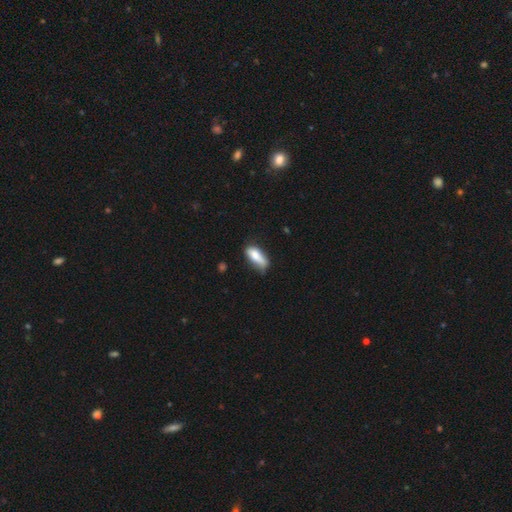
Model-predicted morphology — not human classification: Q: Smooth or featured?
A: smooth (78%); runner-up: featured or disk (15%)
Q: How rounded?
A: in between (74%); runner-up: cigar-shaped (23%)
Q: Merging?
A: none (42%); runner-up: minor disturbance (39%)